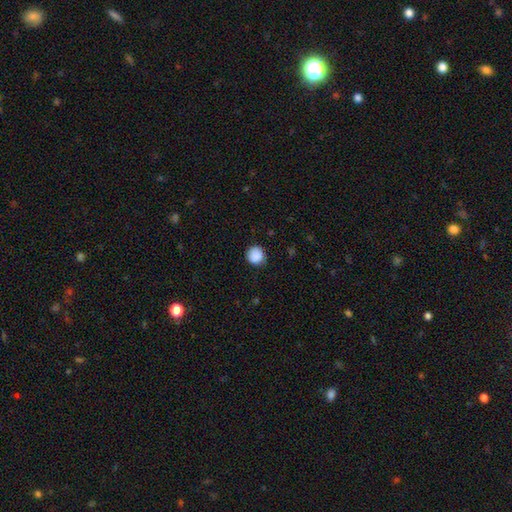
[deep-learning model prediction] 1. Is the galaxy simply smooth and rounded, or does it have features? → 88% smooth, 8% star or artifact, 3% featured or disk.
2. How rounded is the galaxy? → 93% round, 6% in between, 1% cigar-shaped.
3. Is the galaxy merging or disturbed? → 84% none, 12% minor disturbance, 3% major disturbance, 1% merger.